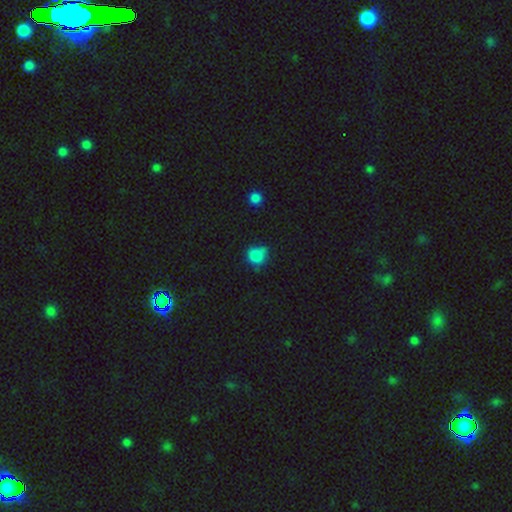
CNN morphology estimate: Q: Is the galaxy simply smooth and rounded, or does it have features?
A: smooth — 82%.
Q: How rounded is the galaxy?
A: round — 81%.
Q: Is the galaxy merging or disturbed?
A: none — 56%.